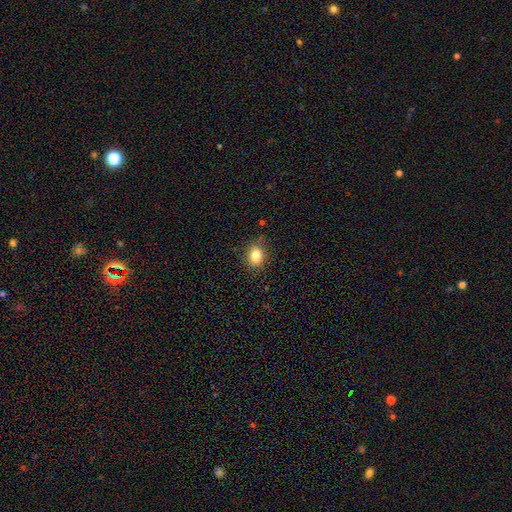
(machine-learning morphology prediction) Smooth or featured: smooth — 82% (star or artifact — 11%)
How rounded: round — 56% (in between — 44%)
Merging: none — 83% (minor disturbance — 13%)